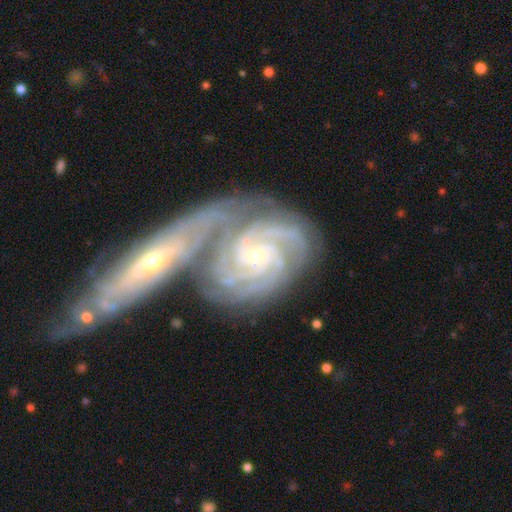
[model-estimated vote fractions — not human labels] The model was most divided on "spiral arm count": 4: 34%, 3: 26%, can't tell: 15%, more than 4: 10%, 2: 9%, 1: 6%. More confident: spiral arms — yes (98%); edge-on disk — no (96%); smooth or featured — featured or disk (92%); spiral winding — tight (76%); bulge size — small (76%); bar — no (65%); merging — merger (53%).